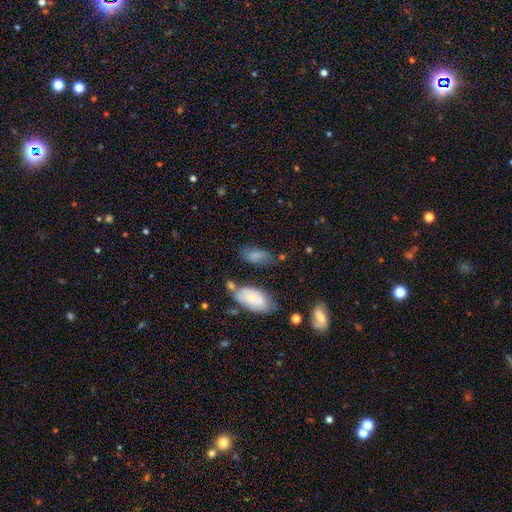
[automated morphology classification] A smooth galaxy with no disk features (75%) that is in between round and cigar-shaped (88%).

Vote fractions:
- Smooth or featured? smooth: 75% / featured or disk: 15% / star or artifact: 9%
- How rounded? in between: 88% / cigar-shaped: 8% / round: 4%
- Merging? none: 47% / minor disturbance: 26% / merger: 14% / major disturbance: 13%